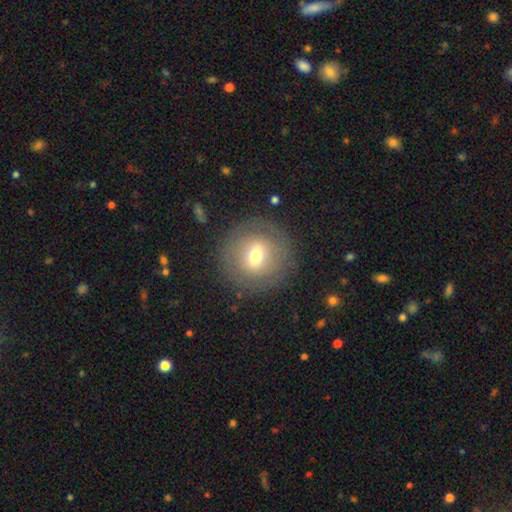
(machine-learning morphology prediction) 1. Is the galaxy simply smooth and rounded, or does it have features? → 48% smooth, 43% featured or disk, 9% star or artifact.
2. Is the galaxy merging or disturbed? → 85% none, 9% minor disturbance, 5% major disturbance, 1% merger.